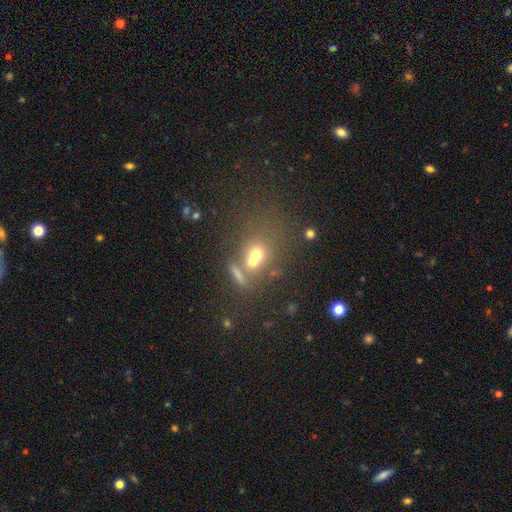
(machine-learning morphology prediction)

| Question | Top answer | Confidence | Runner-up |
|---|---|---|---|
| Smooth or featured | smooth | 58% | featured or disk (22%) |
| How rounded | round | 65% | in between (32%) |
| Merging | merger | 45% | none (38%) |